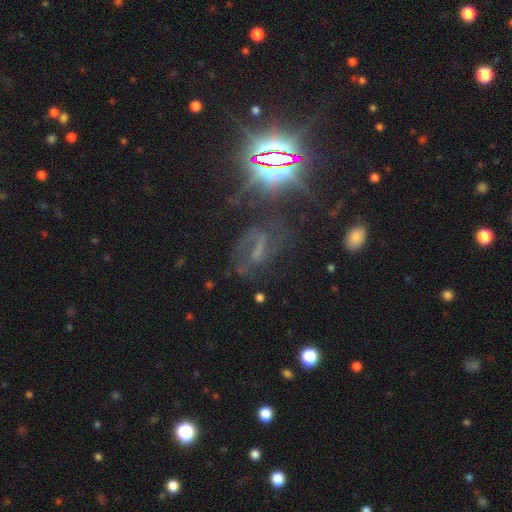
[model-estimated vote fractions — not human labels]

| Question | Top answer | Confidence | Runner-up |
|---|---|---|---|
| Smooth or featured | featured or disk | 47% | star or artifact (38%) |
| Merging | none | 57% | major disturbance (22%) |